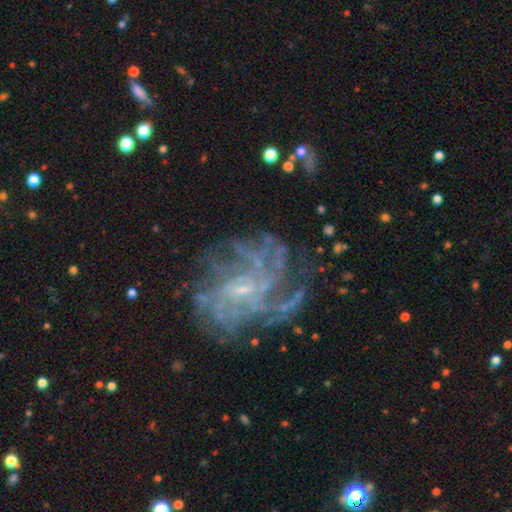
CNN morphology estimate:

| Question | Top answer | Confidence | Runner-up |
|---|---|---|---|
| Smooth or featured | featured or disk | 83% | star or artifact (10%) |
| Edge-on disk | no | 98% | yes (2%) |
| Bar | weak | 46% | no (45%) |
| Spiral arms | yes | 89% | no (11%) |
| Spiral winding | tight | 42% | medium (39%) |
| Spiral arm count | can't tell | 34% | 4 (22%) |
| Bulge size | small | 70% | moderate (16%) |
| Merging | none | 57% | major disturbance (22%) |